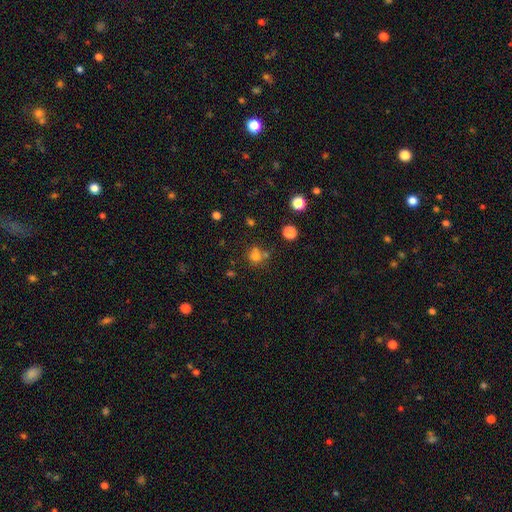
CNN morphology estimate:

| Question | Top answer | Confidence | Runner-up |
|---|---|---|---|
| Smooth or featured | smooth | 73% | star or artifact (18%) |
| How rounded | round | 85% | in between (14%) |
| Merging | none | 59% | merger (25%) |